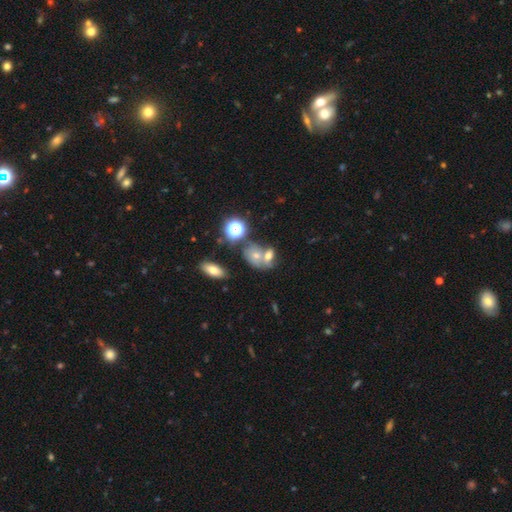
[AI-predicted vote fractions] Smooth or featured?
  - smooth: 46% *
  - featured or disk: 28%
  - star or artifact: 26%
Merging?
  - merger: 42% *
  - none: 41%
  - minor disturbance: 11%
  - major disturbance: 6%